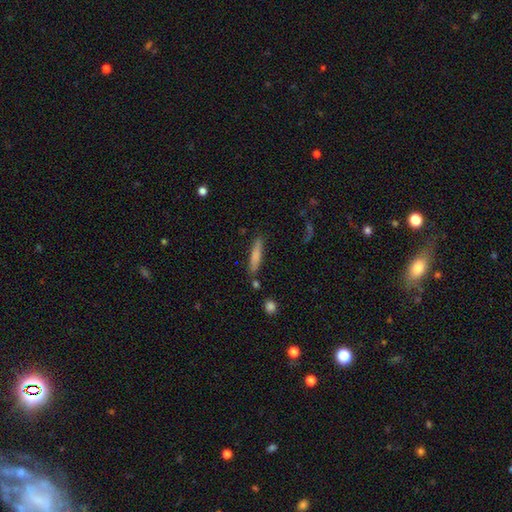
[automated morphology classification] This appears to be a smooth galaxy with no disk features (76%) that is cigar-shaped (88%). Merging: none (82%).